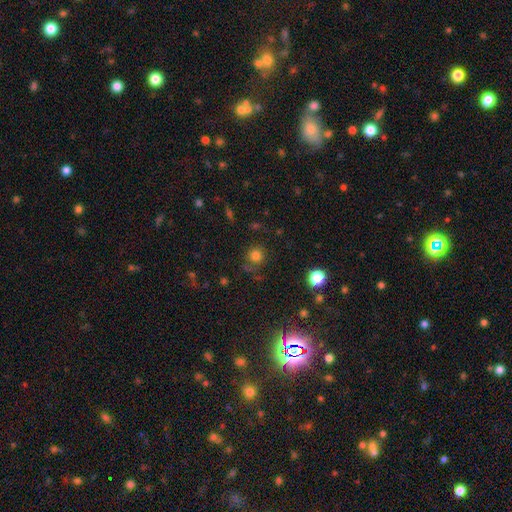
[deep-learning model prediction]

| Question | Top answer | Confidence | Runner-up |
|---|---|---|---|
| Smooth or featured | smooth | 77% | star or artifact (16%) |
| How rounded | round | 91% | in between (8%) |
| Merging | none | 75% | minor disturbance (14%) |